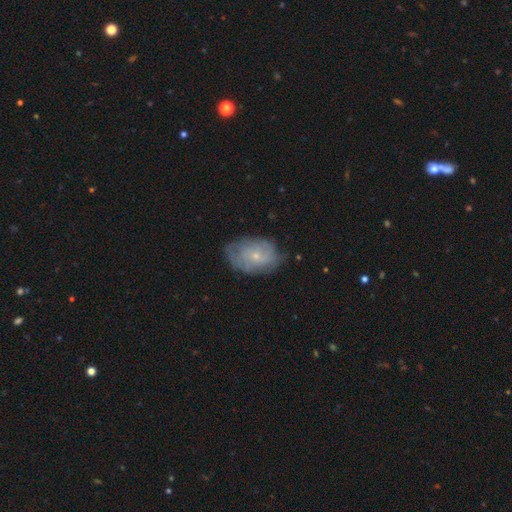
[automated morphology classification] This appears to be a featured or disk galaxy (56%) with no bar (81%), spiral arms (69%) and a small central bulge (78%). Merging: none (65%).